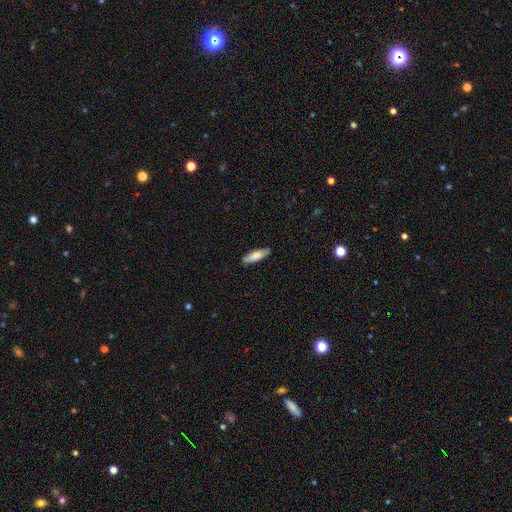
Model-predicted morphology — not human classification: Q: Smooth or featured?
A: smooth (80%); runner-up: featured or disk (15%)
Q: How rounded?
A: cigar-shaped (54%); runner-up: in between (45%)
Q: Merging?
A: none (86%); runner-up: minor disturbance (11%)